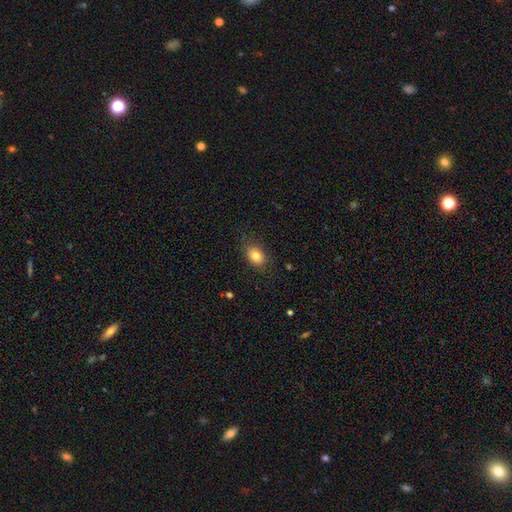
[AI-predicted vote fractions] smooth-or-featured: smooth: 80% | featured or disk: 10% | star or artifact: 9%
  how-rounded: in between: 78% | round: 21% | cigar-shaped: 1%
  merging: none: 82% | minor disturbance: 13% | major disturbance: 4% | merger: 1%